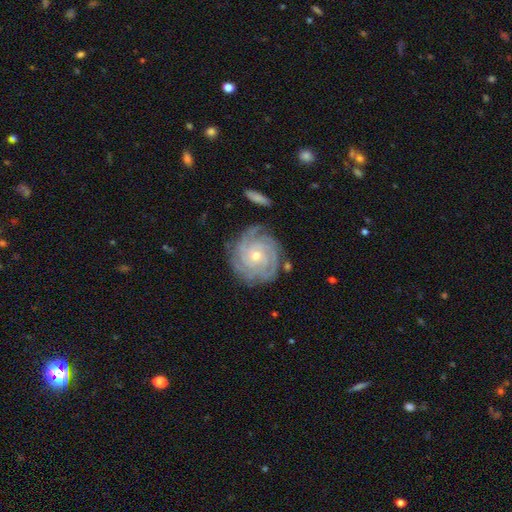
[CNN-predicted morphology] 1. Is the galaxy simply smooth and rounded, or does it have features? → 89% featured or disk, 6% star or artifact, 5% smooth.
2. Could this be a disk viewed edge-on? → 97% no, 3% yes.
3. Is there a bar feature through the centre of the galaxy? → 74% no, 19% weak, 7% strong.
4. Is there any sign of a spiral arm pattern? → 98% yes, 2% no.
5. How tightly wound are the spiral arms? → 84% tight, 14% medium, 2% loose.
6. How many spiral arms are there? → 31% 4, 22% 3, 19% can't tell, 13% more than 4, 10% 2, 6% 1.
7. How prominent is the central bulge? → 64% small, 34% moderate, 1% large, 1% none, 1% dominant.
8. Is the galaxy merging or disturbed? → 79% none, 14% minor disturbance, 4% major disturbance, 2% merger.